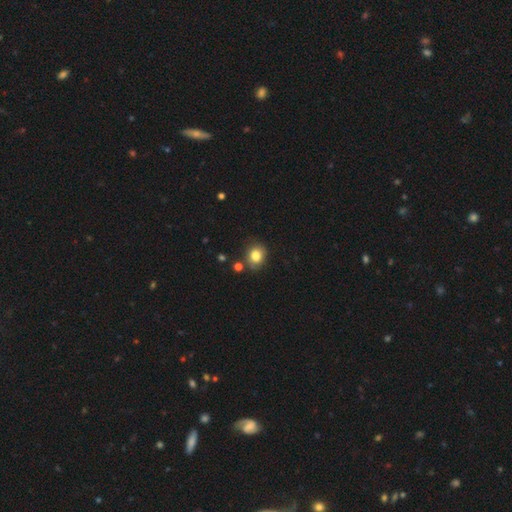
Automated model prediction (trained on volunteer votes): Q: Smooth or featured?
A: smooth (81%); runner-up: star or artifact (10%)
Q: How rounded?
A: round (66%); runner-up: in between (33%)
Q: Merging?
A: none (76%); runner-up: minor disturbance (14%)